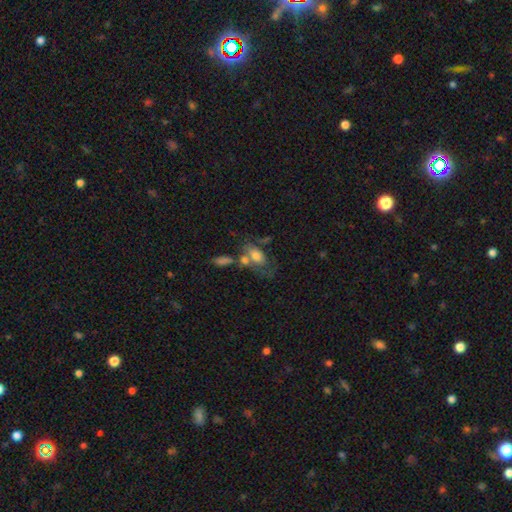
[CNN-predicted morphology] This is likely a smooth galaxy (66%). How rounded: clearly in between (86%). Merging: marginally merger (35%).